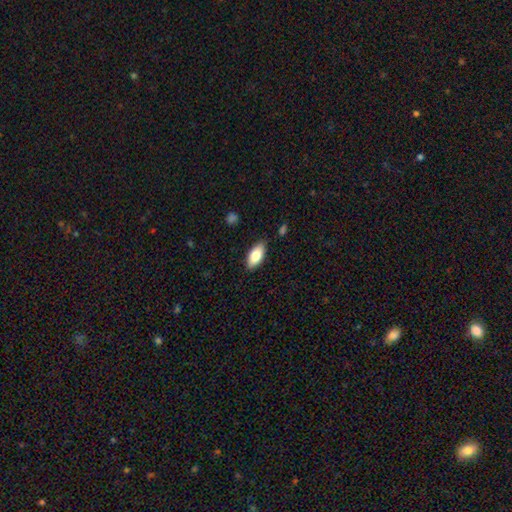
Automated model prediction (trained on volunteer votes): Overall: smooth (80%). How rounded: in between (88%). Merging: none (84%).